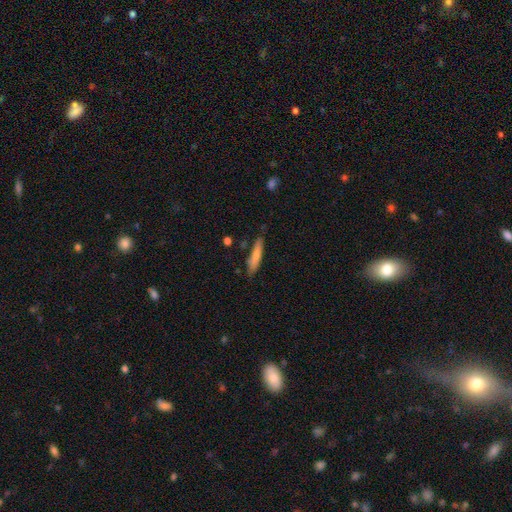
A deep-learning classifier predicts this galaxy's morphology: This is likely a smooth galaxy (72%). How rounded: clearly cigar-shaped (86%). Merging: likely none (78%).